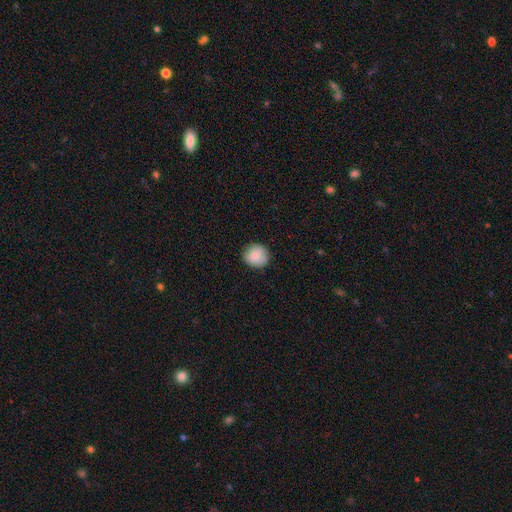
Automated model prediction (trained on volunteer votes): A smooth galaxy with no disk features (83%) that is round (89%).

Vote fractions:
- Smooth or featured? smooth: 83% / featured or disk: 10% / star or artifact: 8%
- How rounded? round: 89% / in between: 10% / cigar-shaped: 1%
- Merging? none: 87% / minor disturbance: 10% / major disturbance: 2% / merger: 1%